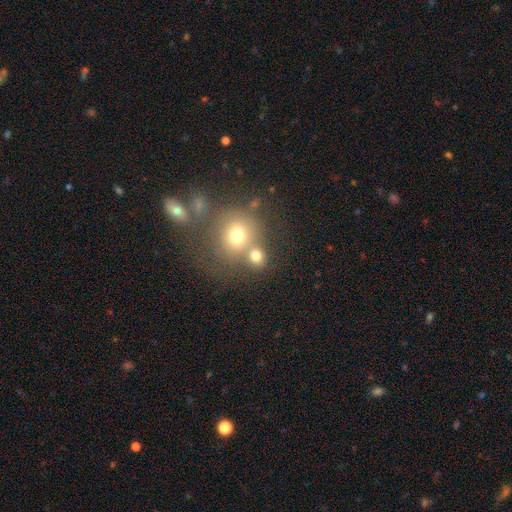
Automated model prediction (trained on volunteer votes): A smooth galaxy with no disk features (74%) that is round (80%).

Vote fractions:
- Smooth or featured? smooth: 74% / star or artifact: 15% / featured or disk: 11%
- How rounded? round: 80% / in between: 19% / cigar-shaped: 1%
- Merging? none: 52% / merger: 35% / minor disturbance: 8% / major disturbance: 5%